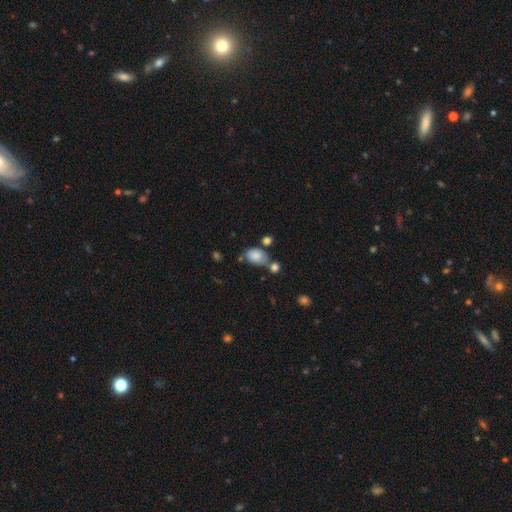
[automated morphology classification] Overall: smooth (82%). How rounded: in between (82%). Merging: none (52%; merger 20%).